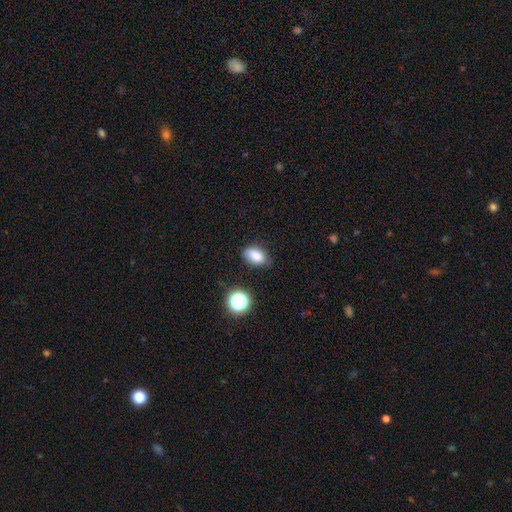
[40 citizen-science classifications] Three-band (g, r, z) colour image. It shows a smooth galaxy with no disk features (85%) that is in between round and cigar-shaped (82%). Merging: none (72%).